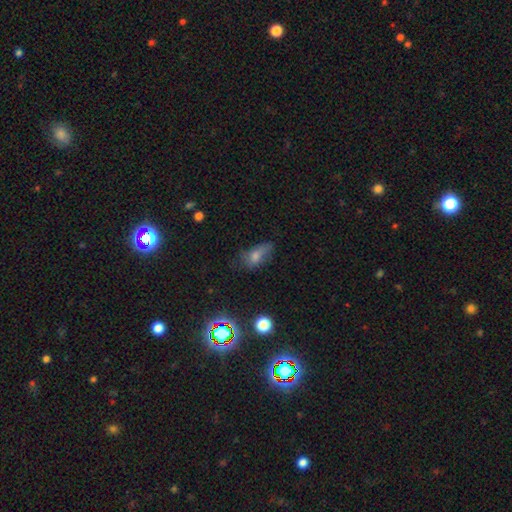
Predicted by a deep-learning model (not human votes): Smooth or featured?
  - smooth: 59% *
  - star or artifact: 21%
  - featured or disk: 20%
How rounded?
  - in between: 81% *
  - cigar-shaped: 10%
  - round: 9%
Merging?
  - none: 50% *
  - minor disturbance: 32%
  - major disturbance: 15%
  - merger: 3%